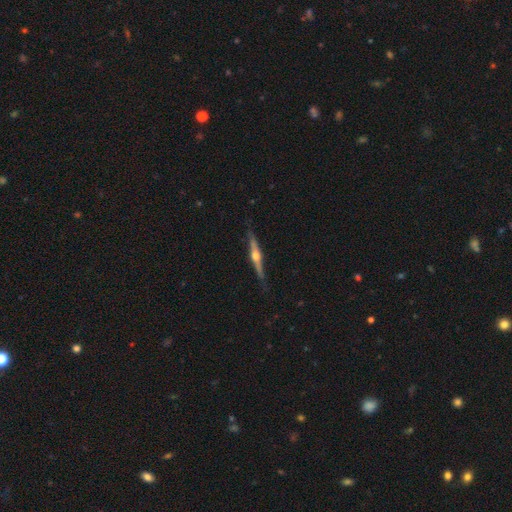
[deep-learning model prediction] Q: Smooth or featured?
A: featured or disk (82%); runner-up: smooth (13%)
Q: Edge-on disk?
A: yes (98%); runner-up: no (2%)
Q: Edge-on bulge?
A: rounded (94%); runner-up: boxy (3%)
Q: Merging?
A: none (86%); runner-up: minor disturbance (11%)